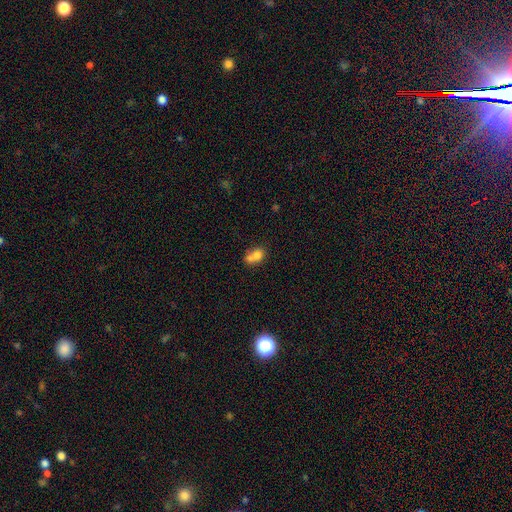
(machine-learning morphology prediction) Smooth or featured: smooth — 71% (featured or disk — 17%)
How rounded: in between — 54% (round — 44%)
Merging: merger — 57% (none — 26%)